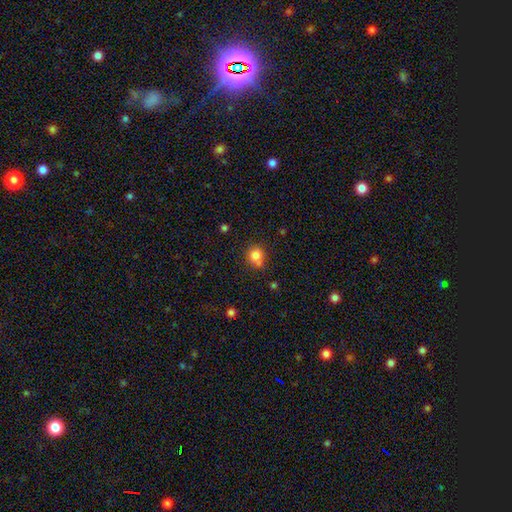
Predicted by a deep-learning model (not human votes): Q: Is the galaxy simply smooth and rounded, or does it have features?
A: smooth — 80%.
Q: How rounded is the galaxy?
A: round — 81%.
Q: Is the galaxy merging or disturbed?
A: none — 63%.